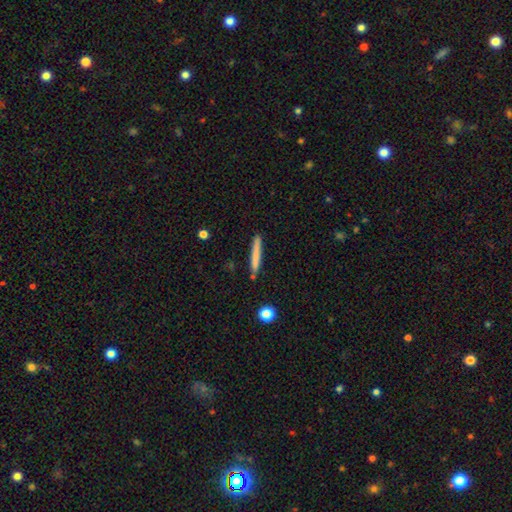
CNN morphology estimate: Smooth or featured: smooth — 75% (featured or disk — 19%)
How rounded: cigar-shaped — 96% (in between — 3%)
Merging: none — 87% (minor disturbance — 9%)